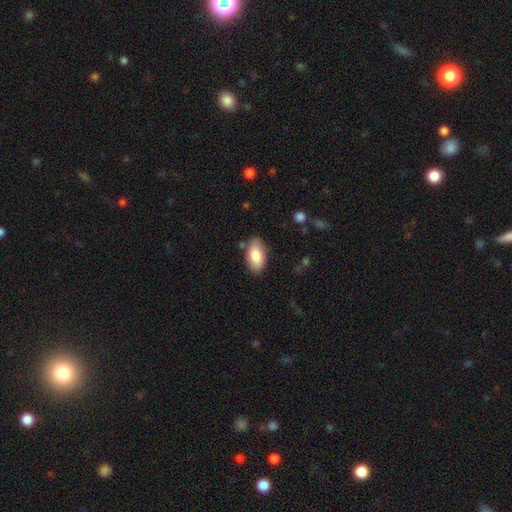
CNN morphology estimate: The model was most divided on "merging": none: 80%, minor disturbance: 14%, major disturbance: 3%, merger: 3%. More confident: how rounded — in between (94%); smooth or featured — smooth (83%).